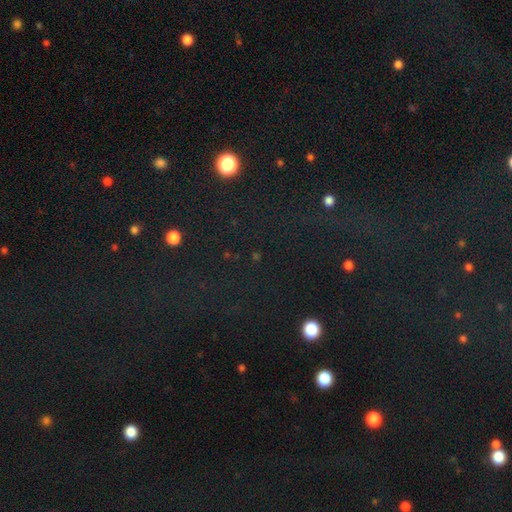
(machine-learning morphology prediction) A star or artifact, not a galaxy (75%).